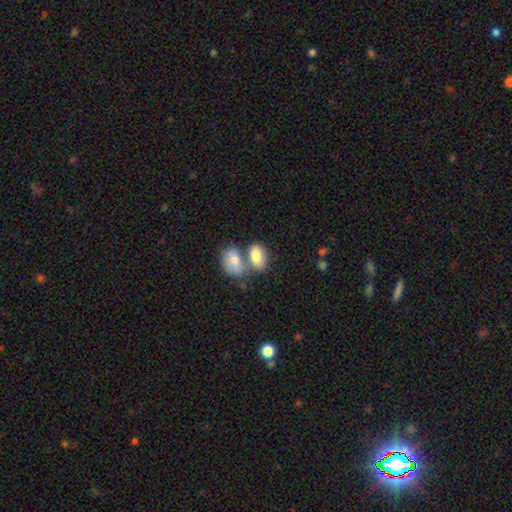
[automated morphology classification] smooth-or-featured: smooth: 80% | featured or disk: 14% | star or artifact: 6%
  how-rounded: in between: 90% | round: 8% | cigar-shaped: 2%
  merging: merger: 53% | none: 34% | minor disturbance: 9% | major disturbance: 4%